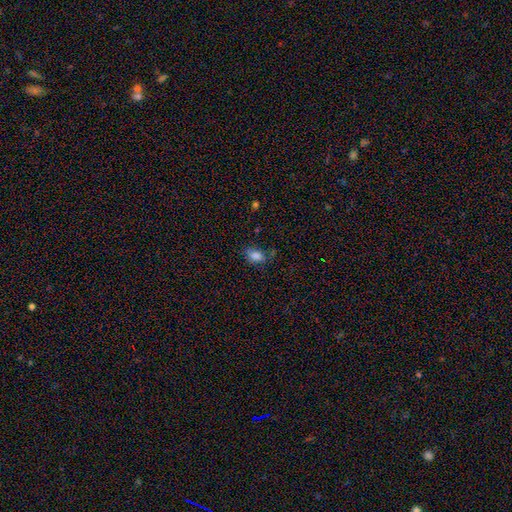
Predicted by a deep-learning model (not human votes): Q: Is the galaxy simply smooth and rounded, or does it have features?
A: smooth — 82%.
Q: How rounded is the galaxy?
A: in between — 81%.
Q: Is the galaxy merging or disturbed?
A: none — 65%.